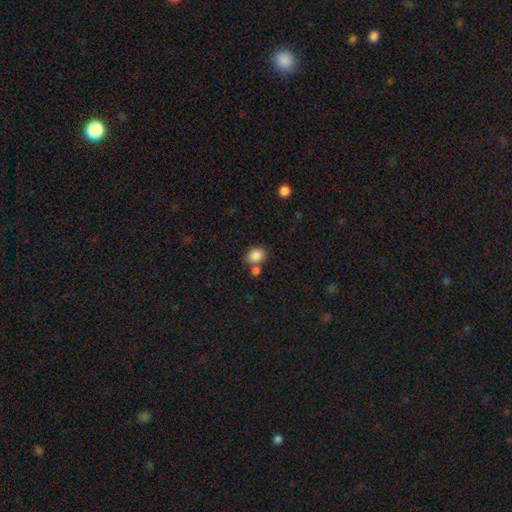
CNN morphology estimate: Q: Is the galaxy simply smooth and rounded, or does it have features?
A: smooth — 85%.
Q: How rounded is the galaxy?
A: in between — 60%.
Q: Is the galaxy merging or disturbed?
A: none — 62%.